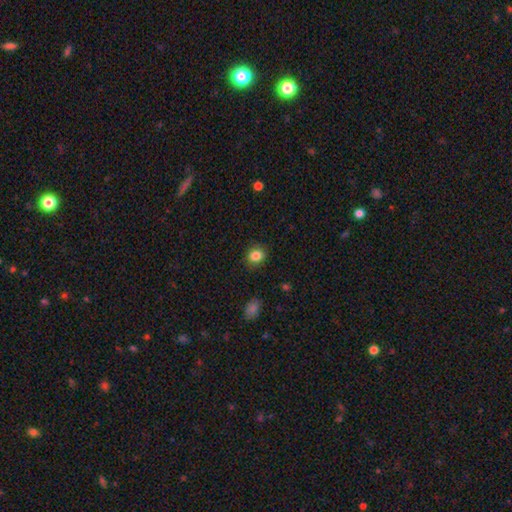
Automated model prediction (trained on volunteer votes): smooth-or-featured: smooth: 85% | star or artifact: 10% | featured or disk: 5%
  how-rounded: round: 68% | in between: 31% | cigar-shaped: 1%
  merging: none: 87% | minor disturbance: 9% | major disturbance: 2% | merger: 1%